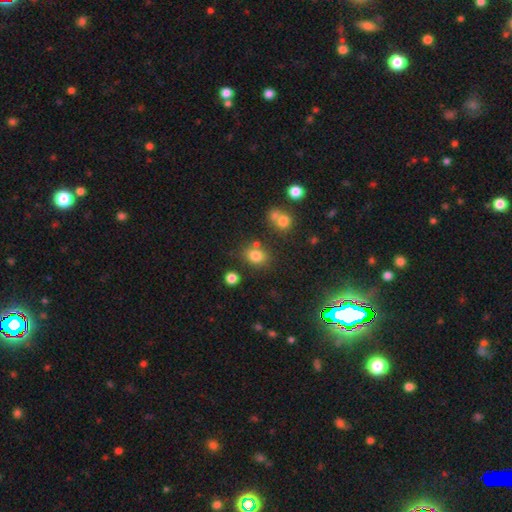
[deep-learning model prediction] A smooth galaxy with no disk features (79%) that is round (56%).

Vote fractions:
- Smooth or featured? smooth: 79% / star or artifact: 14% / featured or disk: 7%
- How rounded? round: 56% / in between: 43% / cigar-shaped: 1%
- Merging? none: 71% / minor disturbance: 13% / merger: 12% / major disturbance: 4%